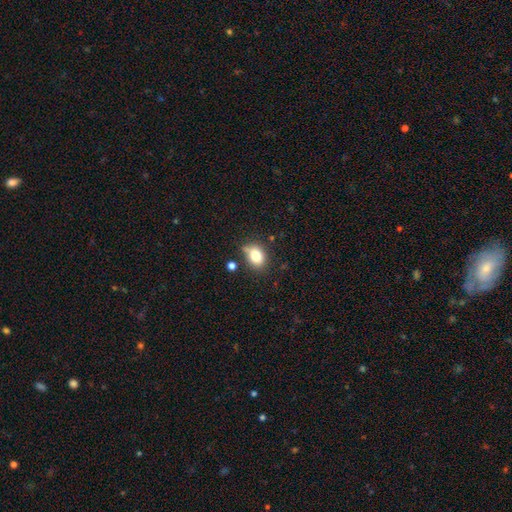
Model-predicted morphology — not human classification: Smooth or featured: smooth — 82% (star or artifact — 10%)
How rounded: in between — 67% (round — 32%)
Merging: none — 64% (minor disturbance — 22%)